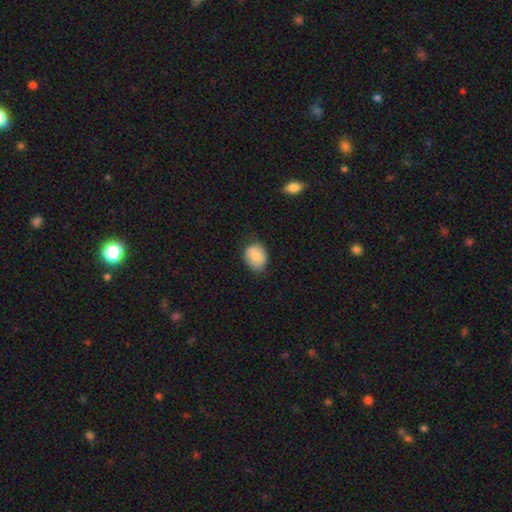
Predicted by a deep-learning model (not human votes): smooth_or_featured: smooth (p=0.79) [alt: featured or disk p=0.13]
how_rounded: in between (p=0.50) [alt: round p=0.49]
merging: none (p=0.75) [alt: minor disturbance p=0.20]